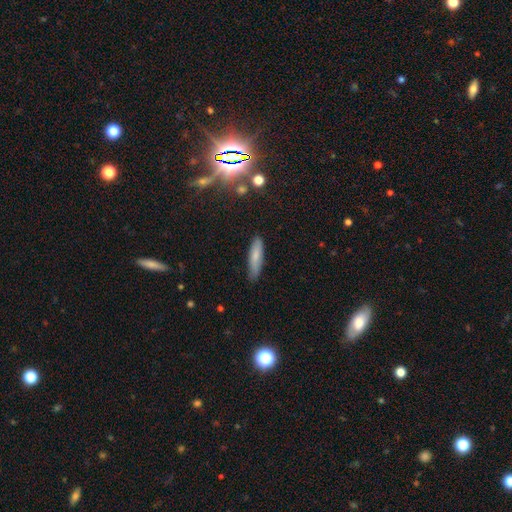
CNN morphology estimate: Smooth or featured? Predicted: smooth (p=0.76). How rounded? Predicted: cigar-shaped (p=0.78). Merging? Predicted: none (p=0.82).